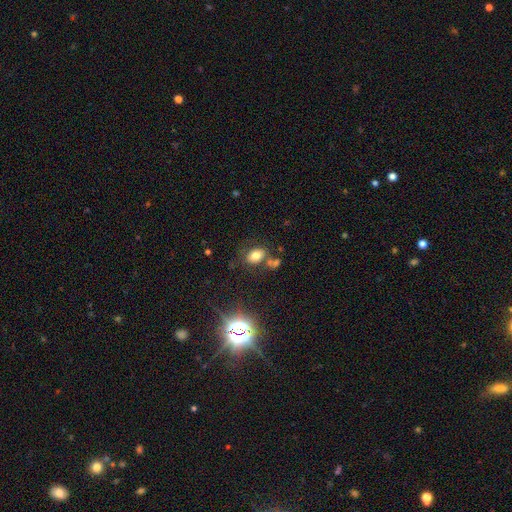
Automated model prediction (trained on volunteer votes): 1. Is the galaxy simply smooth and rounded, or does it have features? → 72% smooth, 17% star or artifact, 12% featured or disk.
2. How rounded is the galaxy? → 77% in between, 22% round, 1% cigar-shaped.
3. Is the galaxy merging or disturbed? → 65% none, 15% merger, 14% minor disturbance, 6% major disturbance.